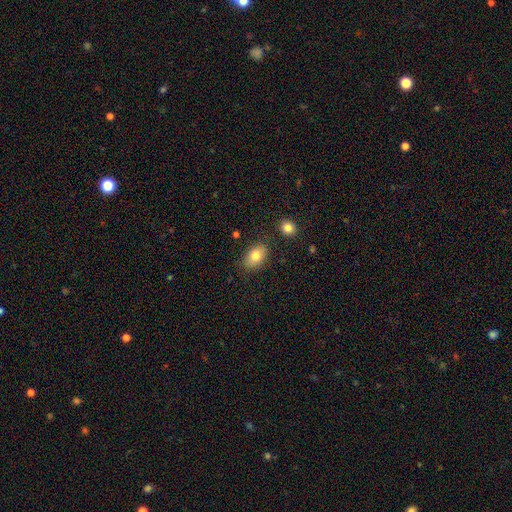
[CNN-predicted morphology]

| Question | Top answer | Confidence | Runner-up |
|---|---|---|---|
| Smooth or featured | smooth | 80% | featured or disk (12%) |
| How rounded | in between | 86% | round (12%) |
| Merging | none | 81% | minor disturbance (13%) |